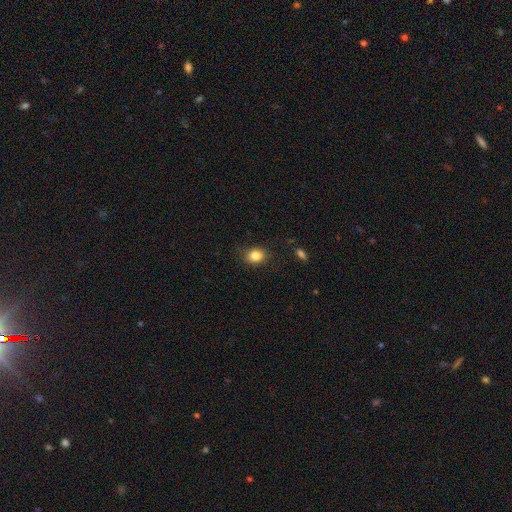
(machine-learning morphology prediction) Overall: smooth (84%). How rounded: in between (52%; round 47%). Merging: none (82%).